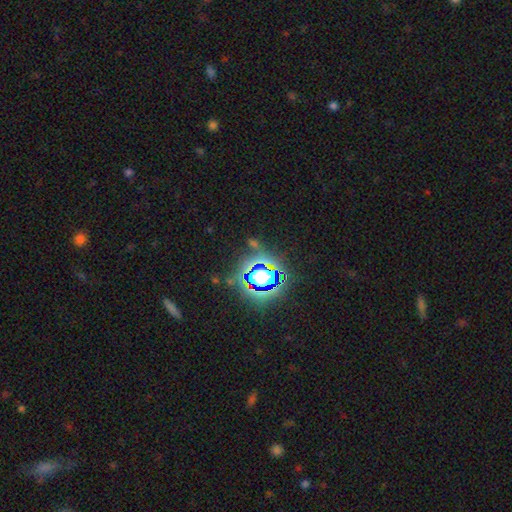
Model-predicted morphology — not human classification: type=star or artifact (82%).